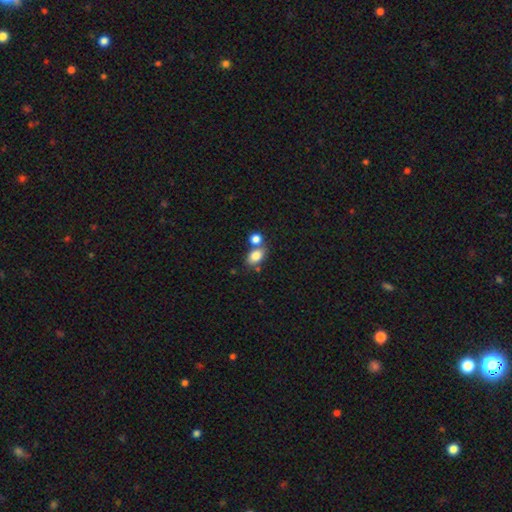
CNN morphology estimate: Overall: smooth (82%). How rounded: in between (76%). Merging: none (52%; merger 34%).